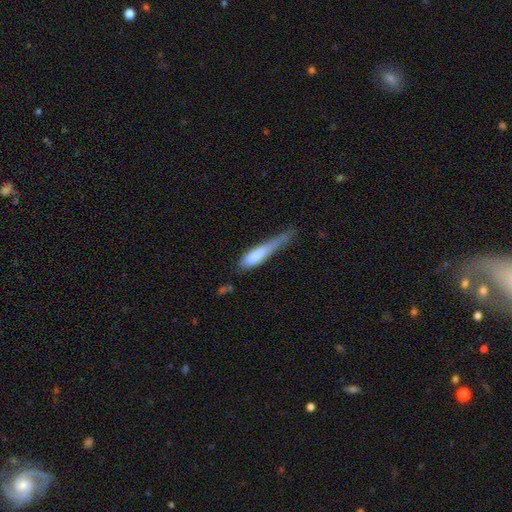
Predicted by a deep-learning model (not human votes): Overall: smooth (71%). How rounded: cigar-shaped (81%). Merging: minor disturbance (39%; none 30%).